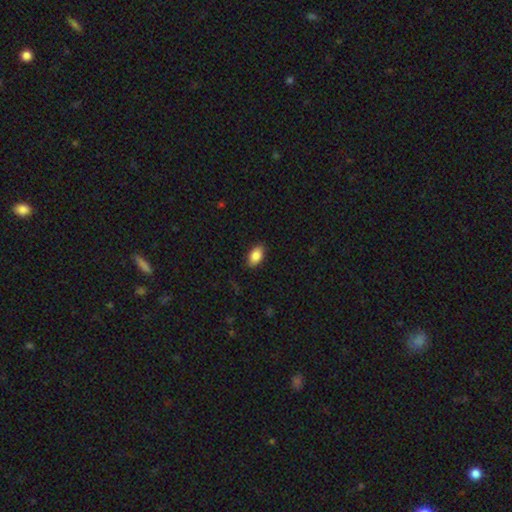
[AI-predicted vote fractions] smooth 87%, star or artifact 7%, featured or disk 6%. Down the decision tree: how rounded — in between (92%); merging — none (86%).